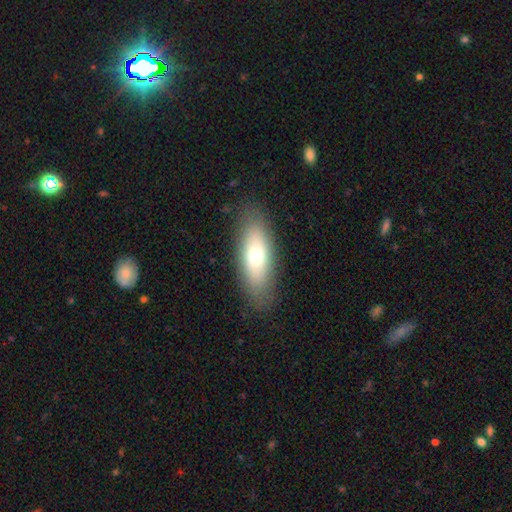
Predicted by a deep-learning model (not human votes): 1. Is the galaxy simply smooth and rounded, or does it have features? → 66% smooth, 27% featured or disk, 7% star or artifact.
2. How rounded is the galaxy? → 70% in between, 26% cigar-shaped, 3% round.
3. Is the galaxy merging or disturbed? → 86% none, 10% minor disturbance, 3% major disturbance, 1% merger.